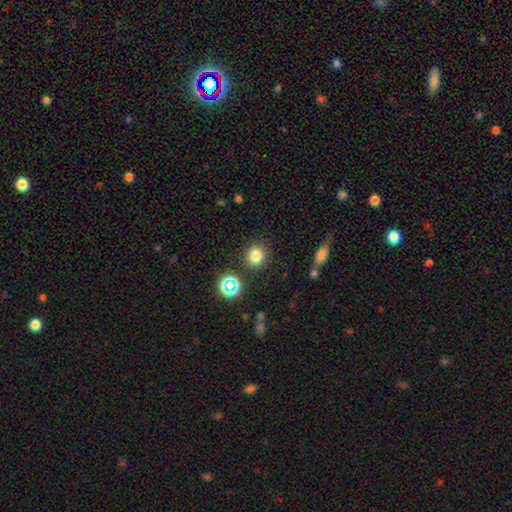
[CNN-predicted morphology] Q: Smooth or featured?
A: smooth (79%); runner-up: star or artifact (15%)
Q: How rounded?
A: round (88%); runner-up: in between (10%)
Q: Merging?
A: none (87%); runner-up: minor disturbance (8%)